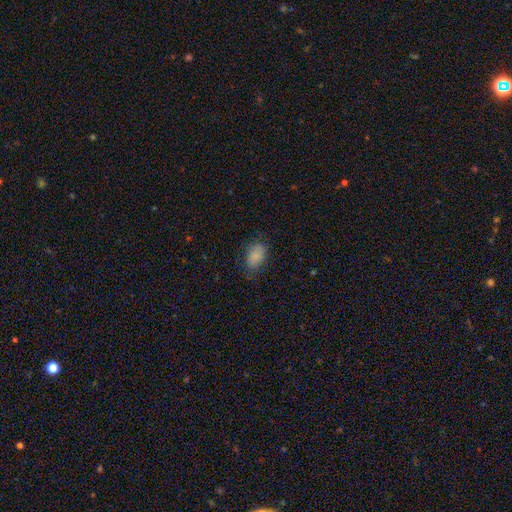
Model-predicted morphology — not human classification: This is clearly a smooth galaxy (83%). How rounded: clearly in between (86%). Merging: likely none (70%).